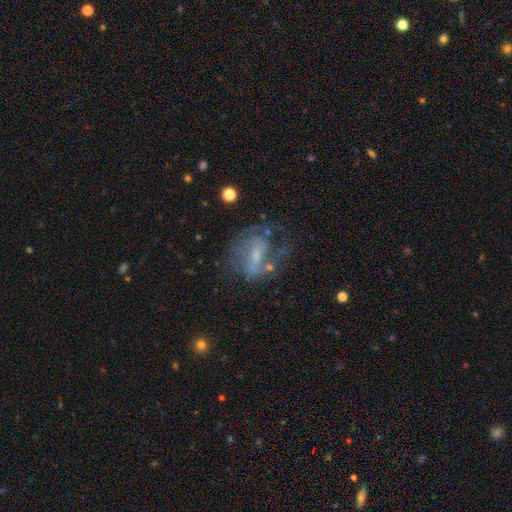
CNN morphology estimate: A featured or disk galaxy (64%) with a weak bar (44%), spiral arms (57%) and a small central bulge (47%).

Vote fractions:
- Smooth or featured? featured or disk: 64% / smooth: 24% / star or artifact: 12%
- Edge-on disk? no: 95% / yes: 5%
- Bar? weak: 44% / no: 37% / strong: 19%
- Spiral arms? yes: 57% / no: 43%
- Bulge size? small: 47% / moderate: 29% / none: 19% / large: 3% / dominant: 1%
- Merging? none: 43% / major disturbance: 29% / minor disturbance: 21% / merger: 7%